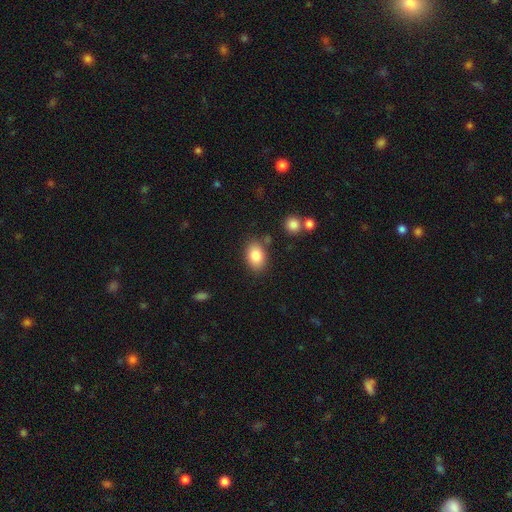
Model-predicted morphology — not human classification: smooth_or_featured: smooth (p=0.84) [alt: featured or disk p=0.08]
how_rounded: in between (p=0.83) [alt: round p=0.16]
merging: none (p=0.81) [alt: minor disturbance p=0.12]